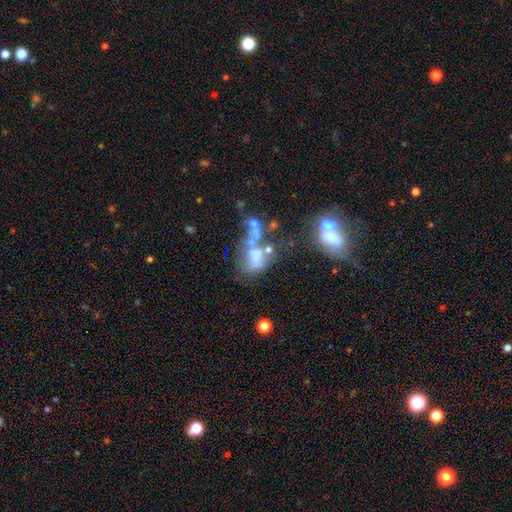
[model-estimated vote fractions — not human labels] Smooth or featured: featured or disk — 47% (smooth — 34%)
Merging: merger — 42% (major disturbance — 26%)